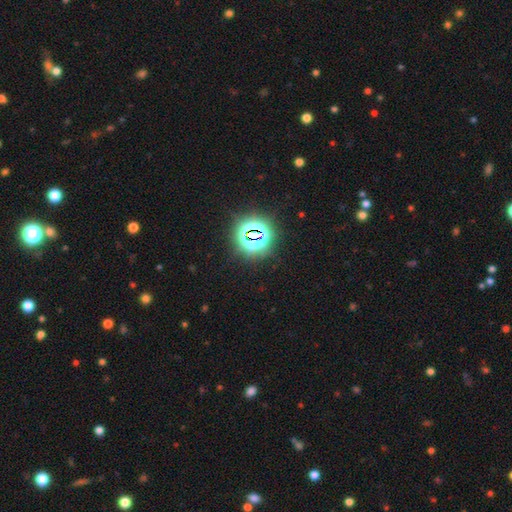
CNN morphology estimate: Q: Smooth or featured?
A: star or artifact (80%); runner-up: smooth (13%)